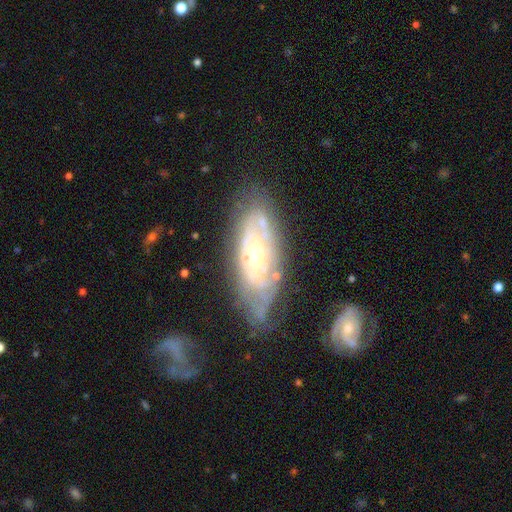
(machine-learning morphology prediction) The model was most divided on "bulge size": small: 49%, moderate: 44%, large: 3%, none: 2%, dominant: 1%. More confident: edge-on disk — no (87%); smooth or featured — featured or disk (76%); bar — no (74%); spiral arms — yes (72%); merging — none (61%).